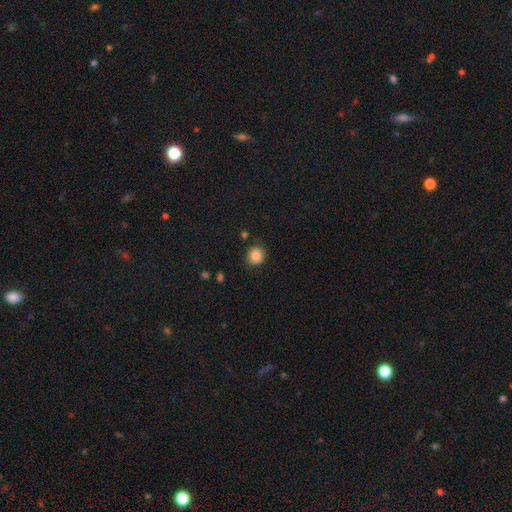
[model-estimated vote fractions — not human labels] Q: Smooth or featured?
A: smooth (86%); runner-up: star or artifact (10%)
Q: How rounded?
A: round (88%); runner-up: in between (11%)
Q: Merging?
A: none (83%); runner-up: minor disturbance (12%)